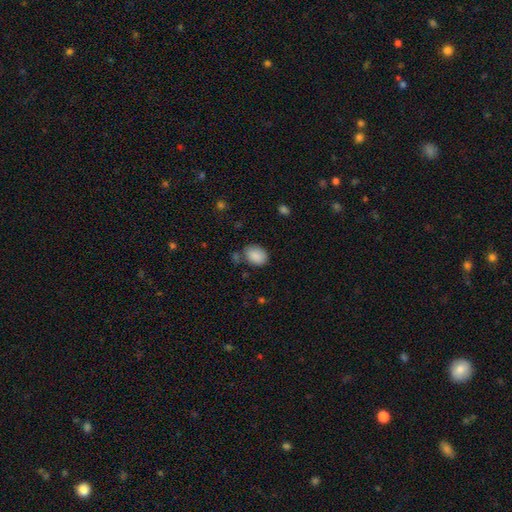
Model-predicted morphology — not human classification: Smooth or featured? smooth (88%)
How rounded? in between (76%)
Merging? none (71%)